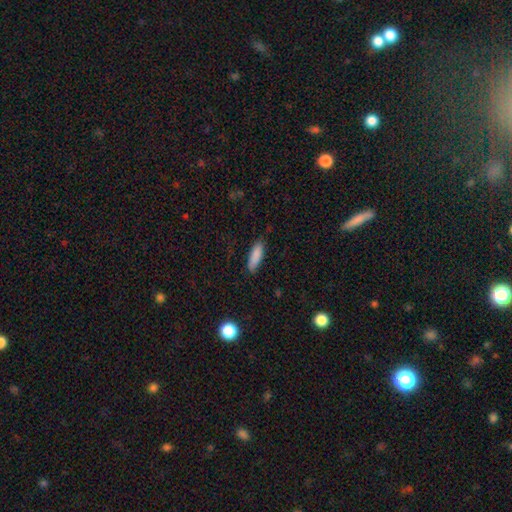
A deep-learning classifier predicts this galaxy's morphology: The model was most divided on "how rounded" (2-way tie): in between: 49%, cigar-shaped: 49%, round: 2%. More confident: smooth or featured — smooth (87%); merging — none (83%).